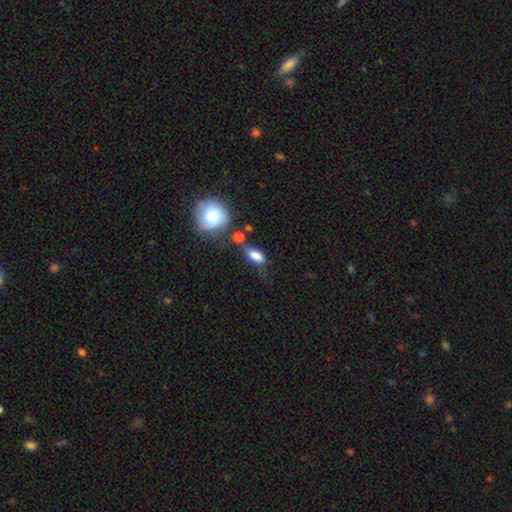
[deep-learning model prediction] Morphology: type=smooth (83%); roundness=in between (84%); merging=none (45%).